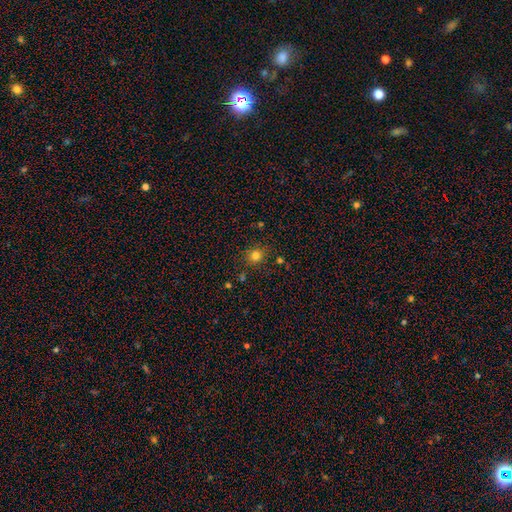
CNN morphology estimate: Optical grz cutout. It shows a smooth galaxy with no disk features (79%) that is round (84%). Merging: none (85%).